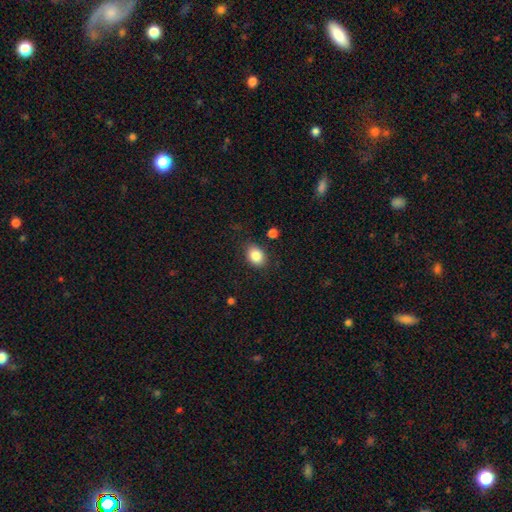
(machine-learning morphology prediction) This appears to be a smooth galaxy with no disk features (86%) that is in between round and cigar-shaped (69%). Merging: none (83%).